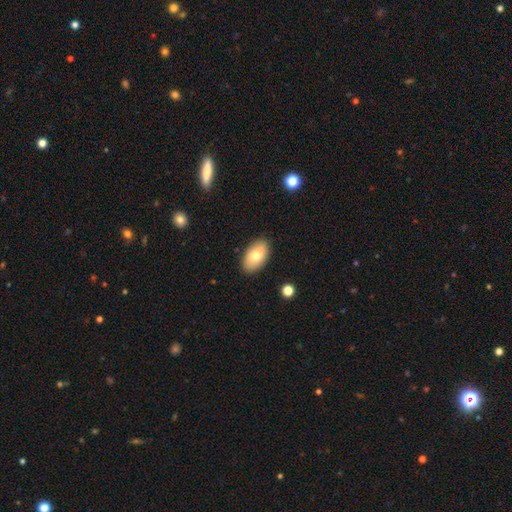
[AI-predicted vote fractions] A smooth galaxy with no disk features (69%) that is in between round and cigar-shaped (92%).

Vote fractions:
- Smooth or featured? smooth: 69% / featured or disk: 23% / star or artifact: 7%
- How rounded? in between: 92% / round: 7% / cigar-shaped: 2%
- Merging? none: 73% / minor disturbance: 13% / merger: 12% / major disturbance: 3%